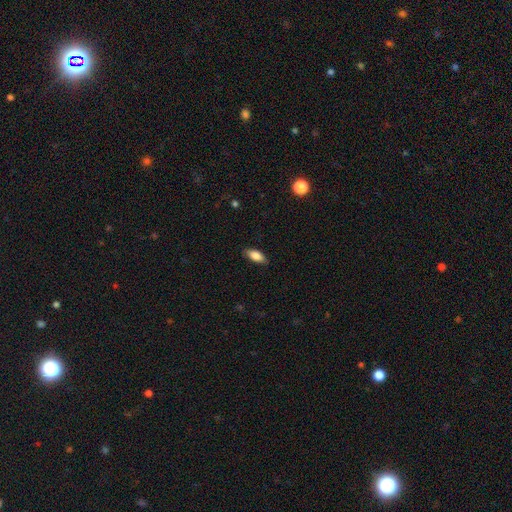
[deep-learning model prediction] Smooth or featured? smooth (84%)
How rounded? in between (83%)
Merging? none (85%)